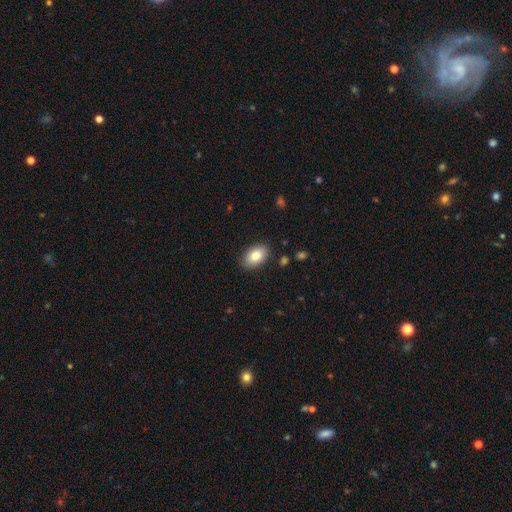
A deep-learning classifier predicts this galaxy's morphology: smooth-or-featured: smooth: 83% | featured or disk: 10% | star or artifact: 7%
  how-rounded: in between: 90% | round: 9% | cigar-shaped: 1%
  merging: none: 86% | minor disturbance: 10% | major disturbance: 2% | merger: 1%